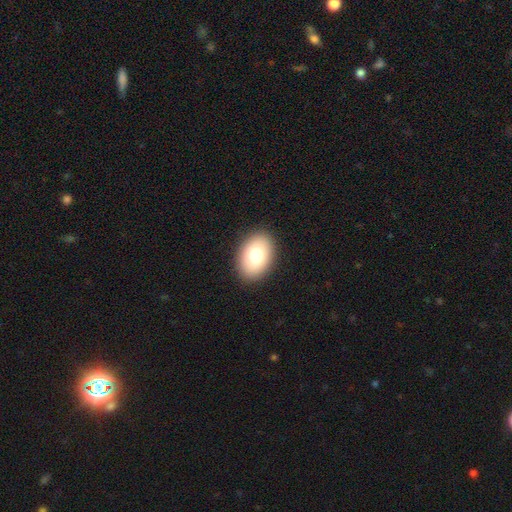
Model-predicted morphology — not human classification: A smooth galaxy with no disk features (79%) that is in between round and cigar-shaped (83%).

Vote fractions:
- Smooth or featured? smooth: 79% / featured or disk: 13% / star or artifact: 8%
- How rounded? in between: 83% / round: 16% / cigar-shaped: 1%
- Merging? none: 90% / minor disturbance: 7% / major disturbance: 2% / merger: 1%